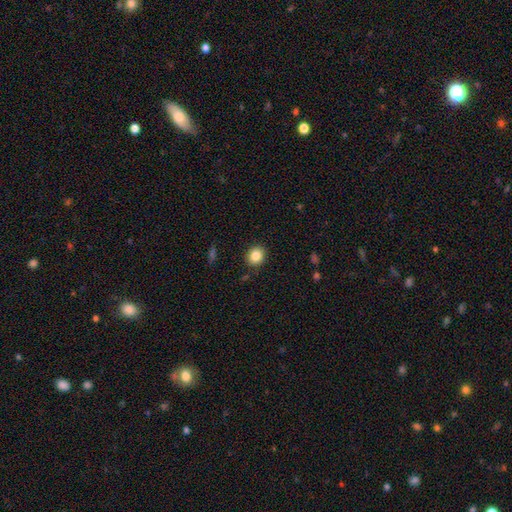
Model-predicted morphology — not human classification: The model was most divided on "how rounded": round: 79%, in between: 20%, cigar-shaped: 1%. More confident: merging — none (89%); smooth or featured — smooth (84%).